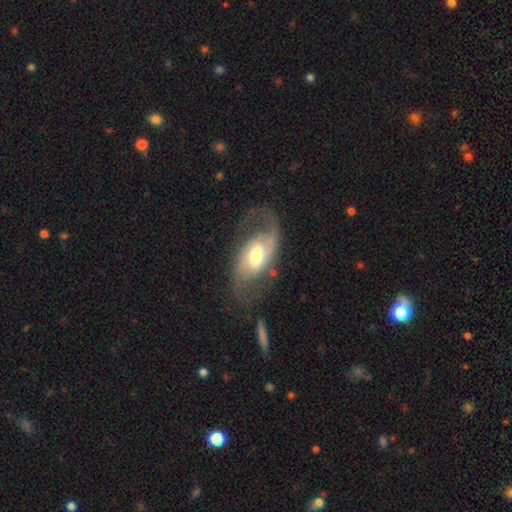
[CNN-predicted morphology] Smooth or featured: featured or disk — 79% (smooth — 16%)
Edge-on disk: no — 94% (yes — 6%)
Bar: weak — 43% (no — 34%)
Spiral arms: yes — 90% (no — 10%)
Spiral winding: medium — 45% (loose — 41%)
Spiral arm count: 2 — 87% (can't tell — 6%)
Bulge size: moderate — 61% (large — 19%)
Merging: none — 66% (minor disturbance — 16%)